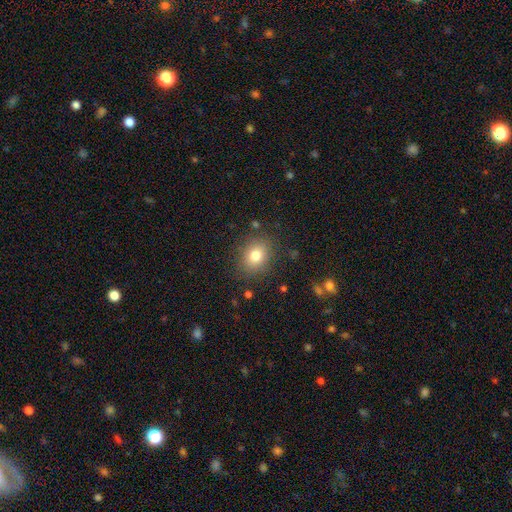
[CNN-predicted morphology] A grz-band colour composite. It shows a smooth galaxy with no disk features (78%) that is round (51%). Merging: none (85%).